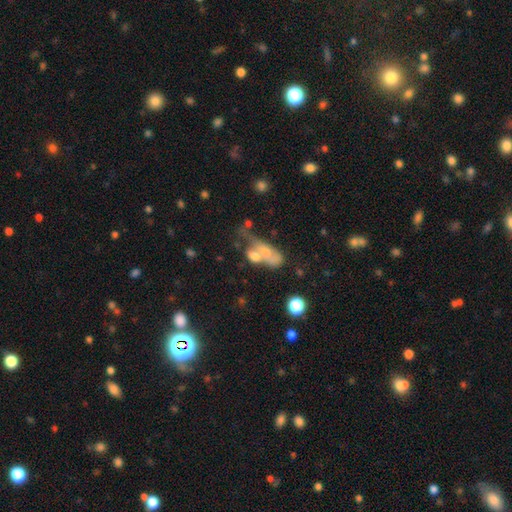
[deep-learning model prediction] A smooth galaxy with no disk features (51%) that is in between round and cigar-shaped (75%). Merging: merger (49%).